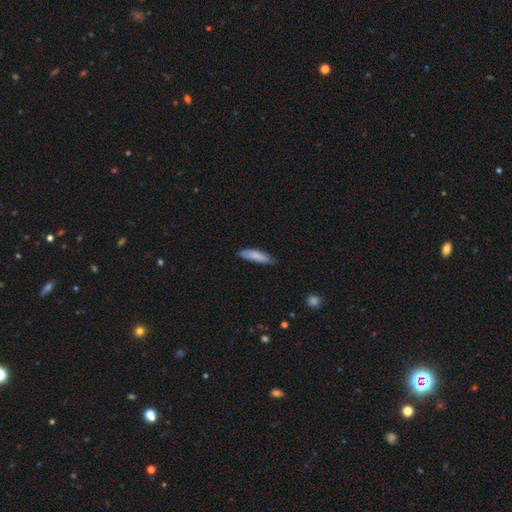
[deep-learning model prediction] Smooth or featured: smooth — 84% (featured or disk — 10%)
How rounded: cigar-shaped — 67% (in between — 31%)
Merging: none — 76% (minor disturbance — 20%)